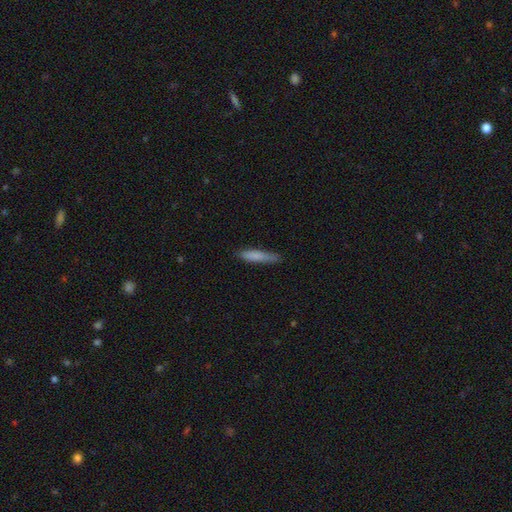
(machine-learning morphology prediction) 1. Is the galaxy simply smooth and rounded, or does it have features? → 81% smooth, 13% featured or disk, 6% star or artifact.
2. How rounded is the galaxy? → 86% cigar-shaped, 13% in between, 1% round.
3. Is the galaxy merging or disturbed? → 77% none, 19% minor disturbance, 3% major disturbance, 2% merger.